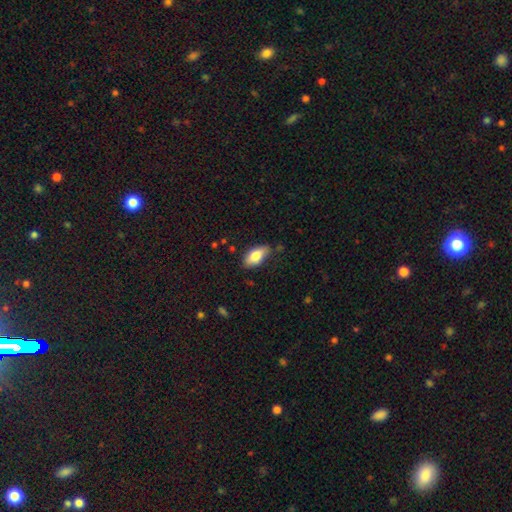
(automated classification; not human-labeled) Smooth or featured?
  - smooth: 79% *
  - featured or disk: 15%
  - star or artifact: 7%
How rounded?
  - in between: 89% *
  - cigar-shaped: 8%
  - round: 3%
Merging?
  - none: 76% *
  - minor disturbance: 19%
  - major disturbance: 3%
  - merger: 2%